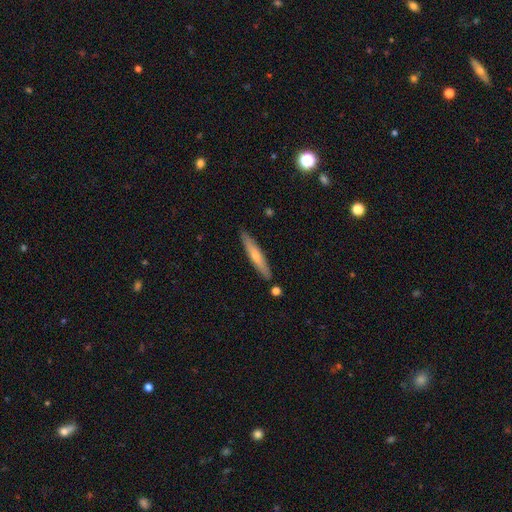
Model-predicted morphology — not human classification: type=smooth (60%); roundness=cigar-shaped (92%); merging=none (86%).